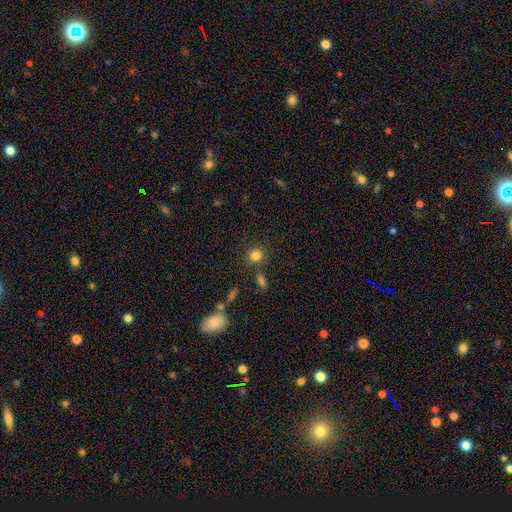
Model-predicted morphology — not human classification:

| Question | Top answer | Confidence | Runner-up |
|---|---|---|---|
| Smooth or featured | smooth | 81% | star or artifact (13%) |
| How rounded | round | 88% | in between (11%) |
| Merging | none | 80% | minor disturbance (9%) |